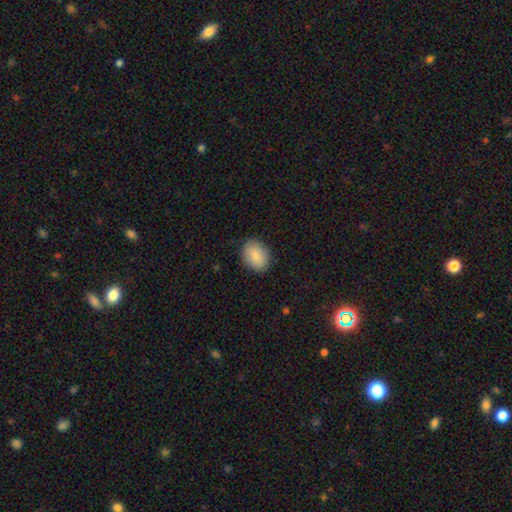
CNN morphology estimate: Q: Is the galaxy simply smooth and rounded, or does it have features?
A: smooth — 86%.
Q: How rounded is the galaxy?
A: in between — 57%.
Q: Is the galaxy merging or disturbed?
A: none — 87%.